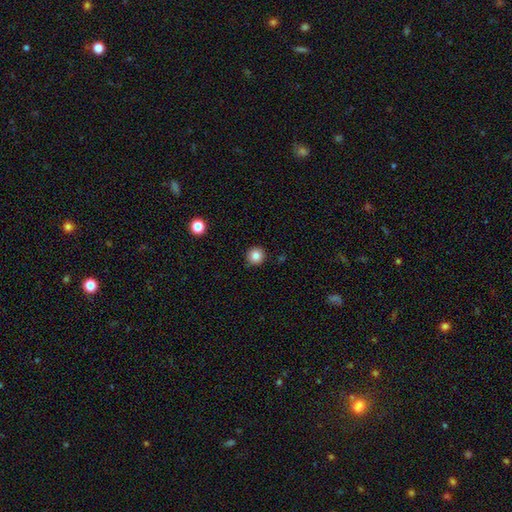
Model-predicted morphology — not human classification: smooth 83%, star or artifact 11%, featured or disk 6%. Down the decision tree: how rounded — round (95%); merging — none (92%).